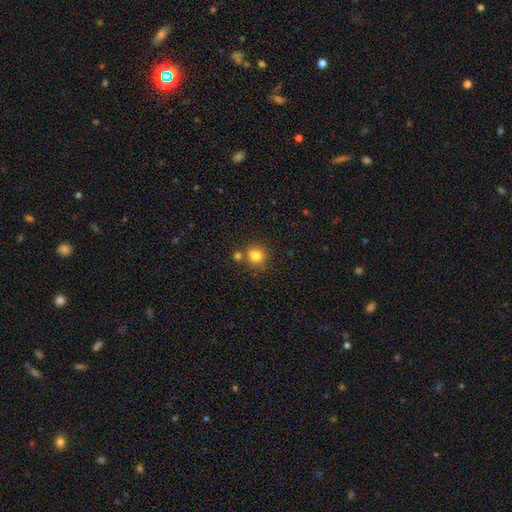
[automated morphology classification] The model was most divided on "merging": none: 69%, merger: 17%, minor disturbance: 11%, major disturbance: 3%. More confident: how rounded — round (83%); smooth or featured — smooth (82%).